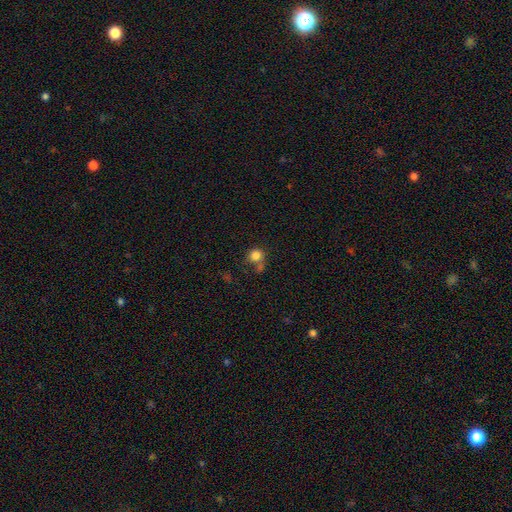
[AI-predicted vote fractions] Q: Smooth or featured?
A: smooth (82%); runner-up: star or artifact (11%)
Q: How rounded?
A: round (85%); runner-up: in between (14%)
Q: Merging?
A: none (53%); runner-up: merger (23%)